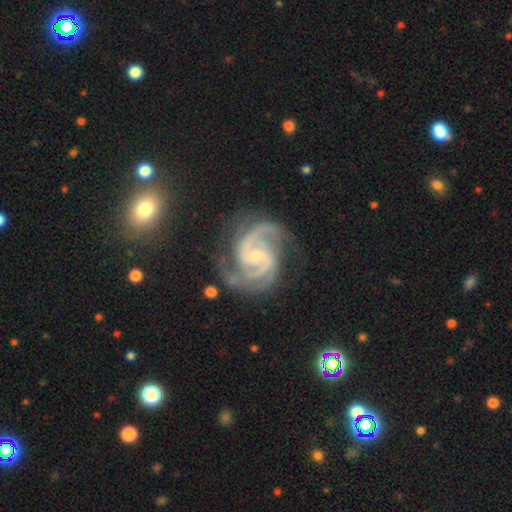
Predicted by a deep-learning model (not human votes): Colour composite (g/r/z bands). It shows a featured or disk galaxy (93%) with no bar (54%), 2 (73%) medium (53%) spiral arms (99%) and a small central bulge (73%). Merging: none (69%).